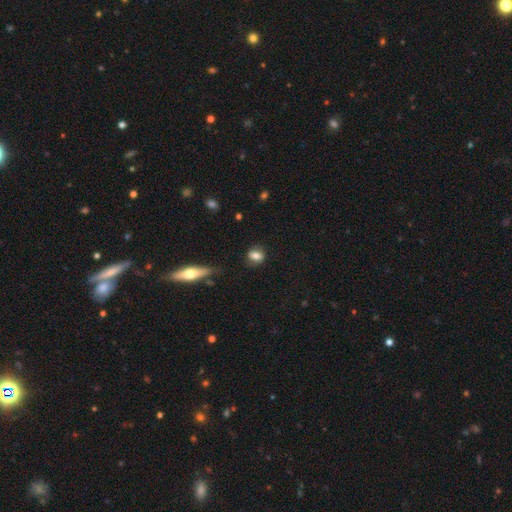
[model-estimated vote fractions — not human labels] Overall: smooth (73%). How rounded: in between (53%; round 44%). Merging: none (76%).